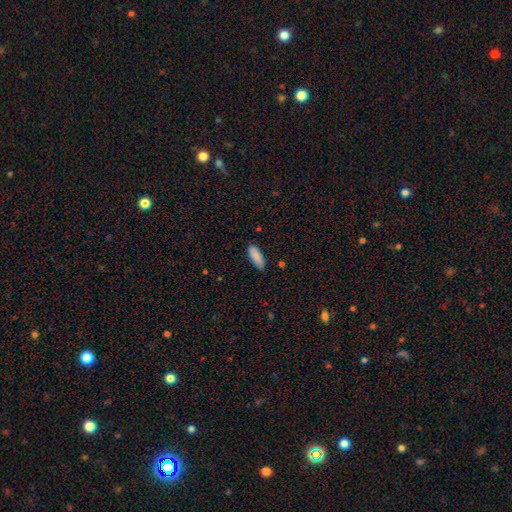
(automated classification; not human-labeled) A smooth galaxy with no disk features (88%) that is in between round and cigar-shaped (70%). Merging: none (84%).